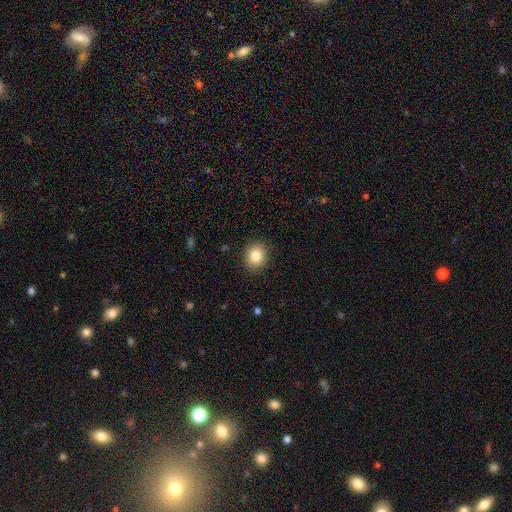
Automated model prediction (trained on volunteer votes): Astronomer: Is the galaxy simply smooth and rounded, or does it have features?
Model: smooth — 85%.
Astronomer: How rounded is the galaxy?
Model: round — 70%.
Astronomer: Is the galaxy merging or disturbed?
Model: none — 89%.